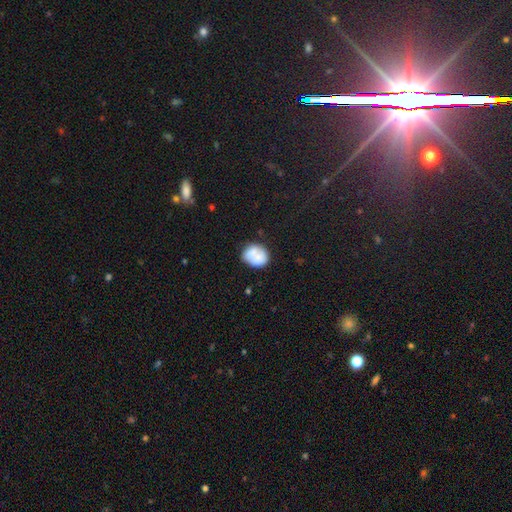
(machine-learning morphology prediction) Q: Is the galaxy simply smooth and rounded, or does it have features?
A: smooth — 74%.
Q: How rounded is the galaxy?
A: round — 65%.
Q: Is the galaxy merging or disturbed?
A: none — 54%.